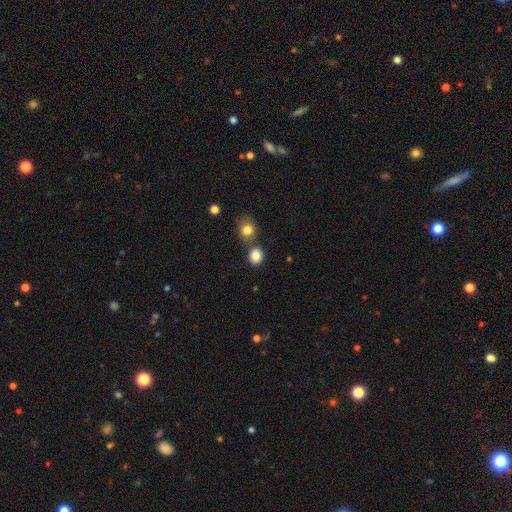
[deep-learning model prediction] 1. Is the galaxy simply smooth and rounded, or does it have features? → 85% smooth, 10% star or artifact, 5% featured or disk.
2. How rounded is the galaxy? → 76% round, 23% in between, 1% cigar-shaped.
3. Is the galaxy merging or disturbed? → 66% none, 22% merger, 9% minor disturbance, 3% major disturbance.